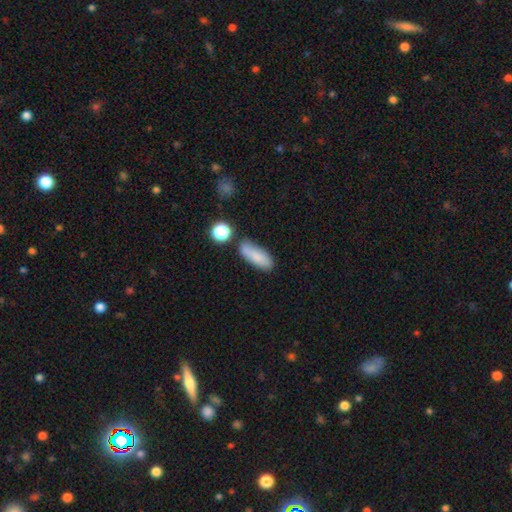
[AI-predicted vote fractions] A smooth galaxy with no disk features (81%) that is in between round and cigar-shaped (66%).

Vote fractions:
- Smooth or featured? smooth: 81% / featured or disk: 10% / star or artifact: 8%
- How rounded? in between: 66% / cigar-shaped: 31% / round: 4%
- Merging? none: 69% / minor disturbance: 18% / merger: 9% / major disturbance: 5%